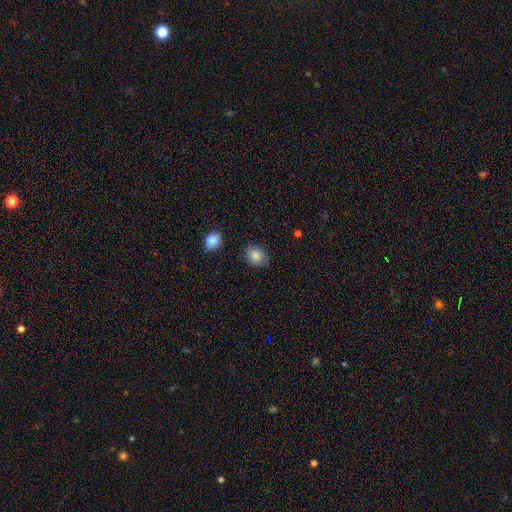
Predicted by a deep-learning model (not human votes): A smooth galaxy with no disk features (83%) that is round (58%). Merging: none (79%).